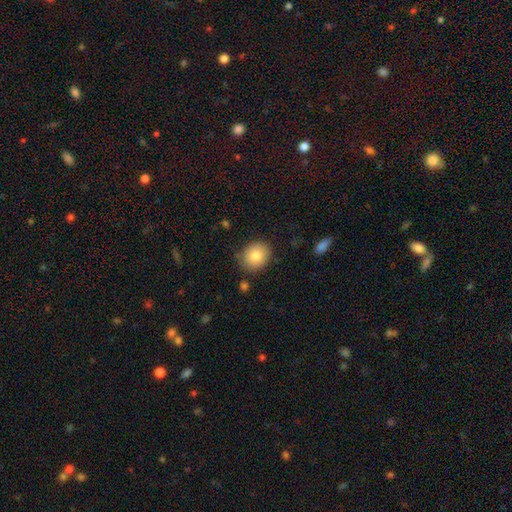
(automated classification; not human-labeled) Smooth or featured? smooth (82%)
How rounded? round (68%)
Merging? none (83%)